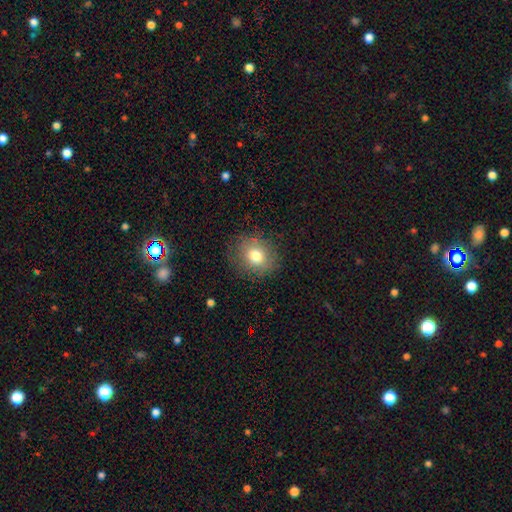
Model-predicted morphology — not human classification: Smooth or featured? Predicted: smooth (p=0.76). How rounded? Predicted: round (p=0.65). Merging? Predicted: none (p=0.83).